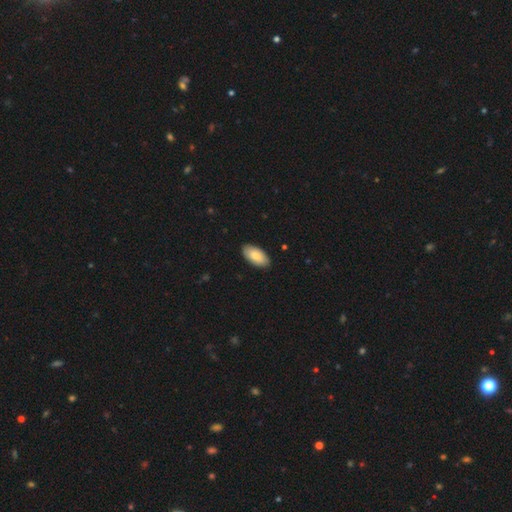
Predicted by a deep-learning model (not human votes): Smooth or featured: smooth — 85% (featured or disk — 10%)
How rounded: in between — 95% (cigar-shaped — 3%)
Merging: none — 89% (minor disturbance — 9%)